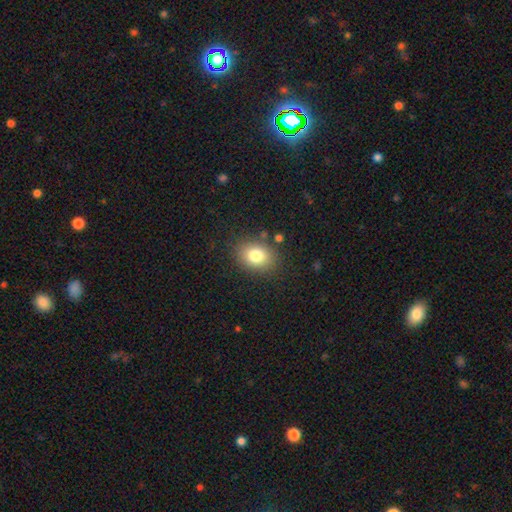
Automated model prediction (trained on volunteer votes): Overall: smooth (80%). How rounded: in between (61%; round 38%). Merging: none (83%).